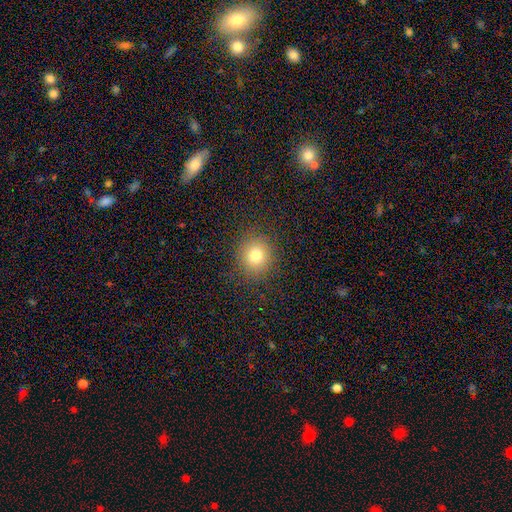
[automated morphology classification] This is likely a smooth galaxy (78%). How rounded: likely round (78%). Merging: clearly none (87%).